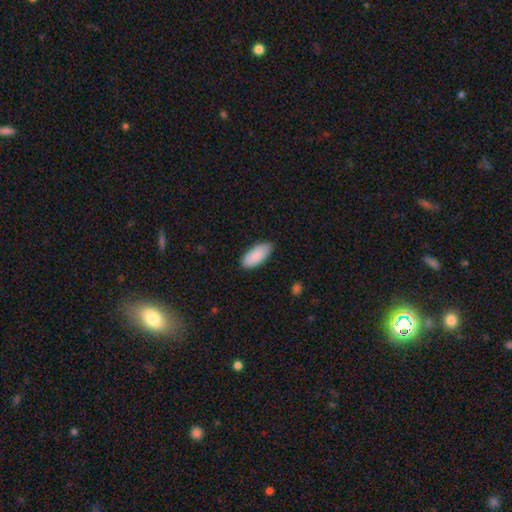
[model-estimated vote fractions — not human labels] smooth 89%, featured or disk 6%, star or artifact 5%. Down the decision tree: how rounded — in between (90%); merging — none (83%).